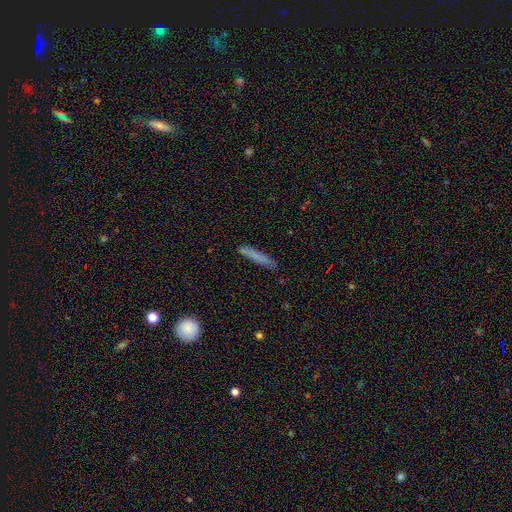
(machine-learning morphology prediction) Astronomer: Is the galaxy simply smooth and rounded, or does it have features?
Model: smooth — 73%.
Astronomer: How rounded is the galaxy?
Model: cigar-shaped — 94%.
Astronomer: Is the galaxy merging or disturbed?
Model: none — 85%.